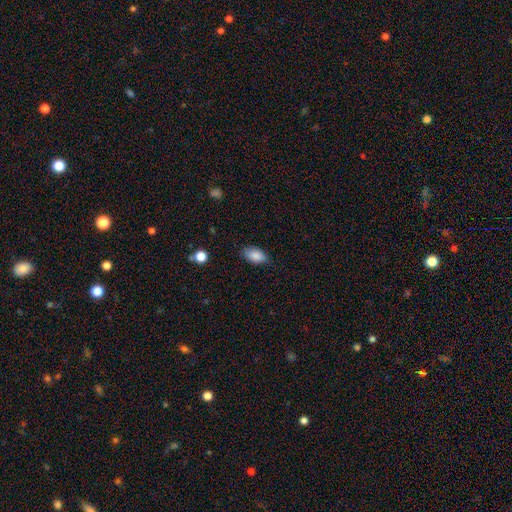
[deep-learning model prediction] Smooth or featured?
  - smooth: 86% *
  - star or artifact: 7%
  - featured or disk: 6%
How rounded?
  - in between: 92% *
  - round: 5%
  - cigar-shaped: 3%
Merging?
  - none: 77% *
  - minor disturbance: 18%
  - major disturbance: 3%
  - merger: 1%